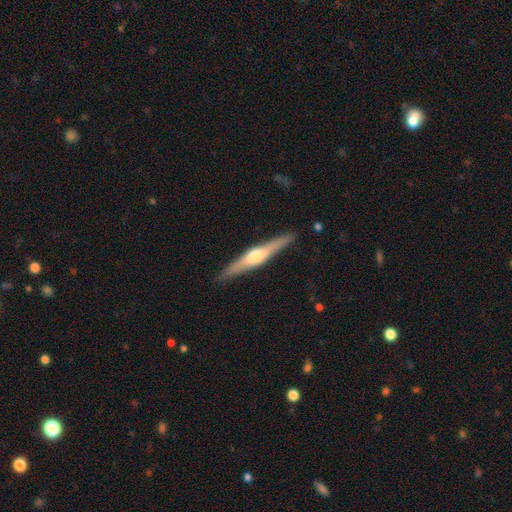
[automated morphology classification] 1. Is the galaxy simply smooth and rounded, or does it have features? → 72% featured or disk, 23% smooth, 5% star or artifact.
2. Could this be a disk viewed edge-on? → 98% yes, 2% no.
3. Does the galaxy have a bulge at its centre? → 88% rounded, 8% boxy, 4% none.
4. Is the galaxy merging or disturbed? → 91% none, 7% minor disturbance, 1% major disturbance, 1% merger.